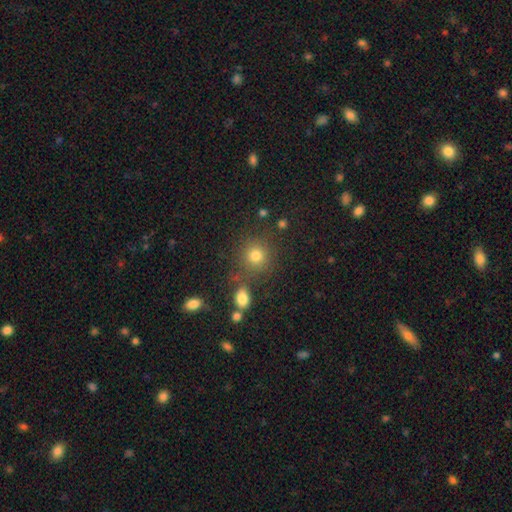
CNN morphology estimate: Overall: smooth (78%). How rounded: round (88%). Merging: none (76%).